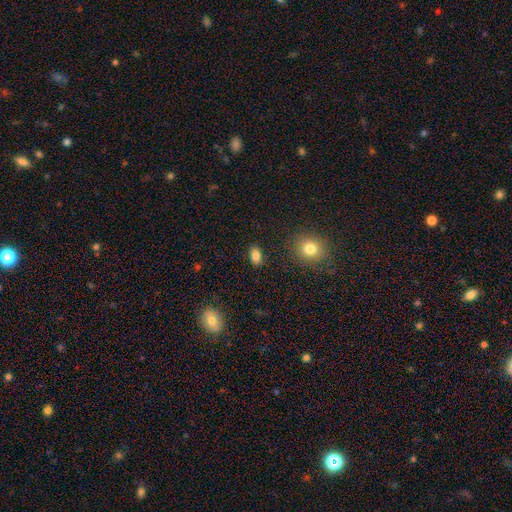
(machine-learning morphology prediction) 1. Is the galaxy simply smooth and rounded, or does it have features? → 83% smooth, 10% star or artifact, 7% featured or disk.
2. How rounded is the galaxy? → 84% in between, 14% round, 2% cigar-shaped.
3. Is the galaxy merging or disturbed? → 87% none, 9% minor disturbance, 2% major disturbance, 2% merger.